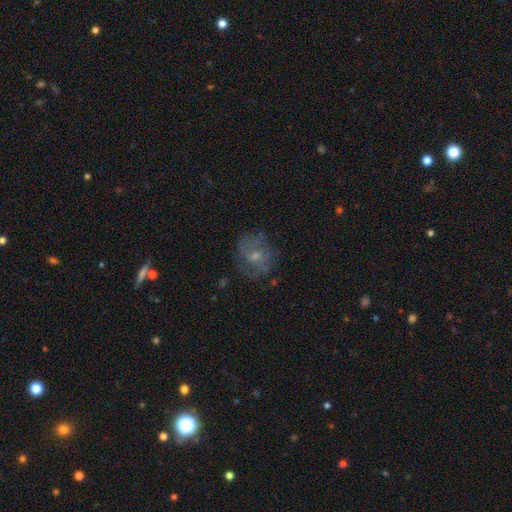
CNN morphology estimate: Smooth or featured? Predicted: featured or disk (p=0.57). Edge-on disk? Predicted: no (p=0.97). Bar? Predicted: no (p=0.54). Spiral arms? Predicted: yes (p=0.68). Bulge size? Predicted: small (p=0.47). Merging? Predicted: none (p=0.65).